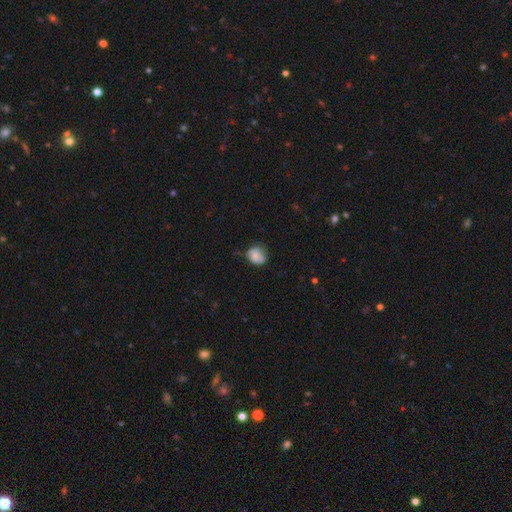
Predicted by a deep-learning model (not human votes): smooth-or-featured: smooth: 59% | featured or disk: 32% | star or artifact: 9%
  how-rounded: round: 61% | in between: 38% | cigar-shaped: 1%
  merging: none: 56% | minor disturbance: 31% | major disturbance: 10% | merger: 3%